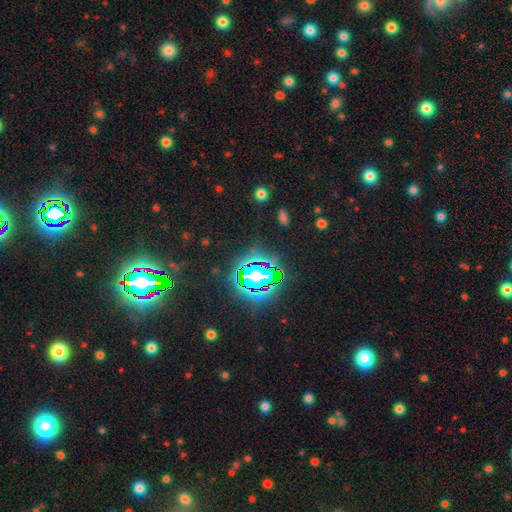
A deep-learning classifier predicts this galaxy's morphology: Smooth or featured: star or artifact — 84% (smooth — 9%)